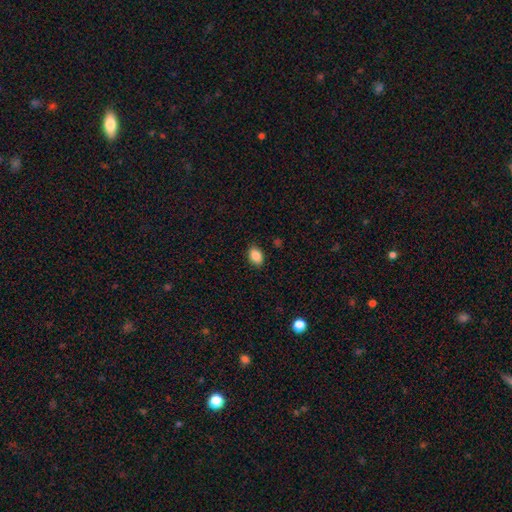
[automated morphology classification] smooth_or_featured: smooth (p=0.88) [alt: star or artifact p=0.08]
how_rounded: in between (p=0.82) [alt: round p=0.16]
merging: none (p=0.87) [alt: minor disturbance p=0.10]